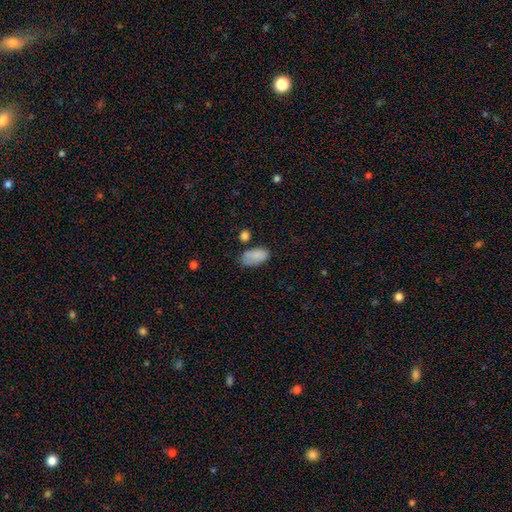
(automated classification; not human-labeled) A smooth galaxy with no disk features (85%) that is in between round and cigar-shaped (94%).

Vote fractions:
- Smooth or featured? smooth: 85% / star or artifact: 8% / featured or disk: 8%
- How rounded? in between: 94% / round: 4% / cigar-shaped: 2%
- Merging? none: 60% / minor disturbance: 25% / major disturbance: 7% / merger: 7%